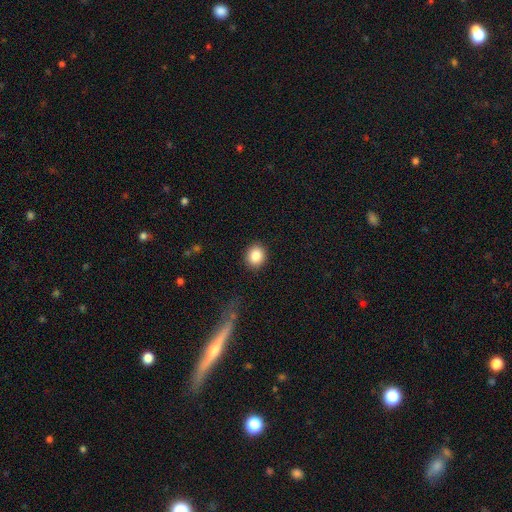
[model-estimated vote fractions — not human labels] smooth 86%, star or artifact 9%, featured or disk 5%. Down the decision tree: how rounded — round (74%); merging — none (90%).